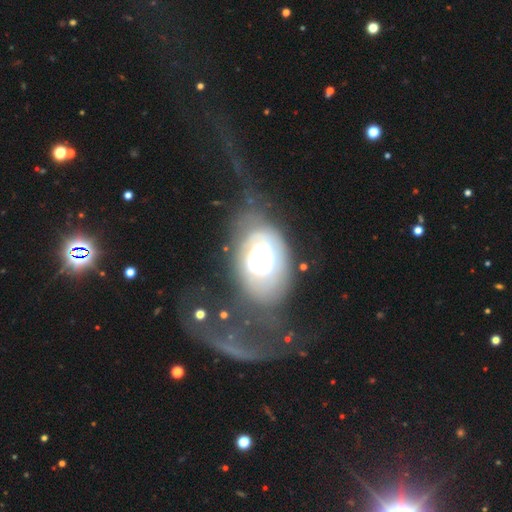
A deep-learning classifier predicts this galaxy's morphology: Q: Smooth or featured?
A: featured or disk (70%); runner-up: smooth (20%)
Q: Edge-on disk?
A: no (97%); runner-up: yes (3%)
Q: Bar?
A: no (75%); runner-up: weak (17%)
Q: Spiral arms?
A: yes (71%); runner-up: no (29%)
Q: Bulge size?
A: large (48%); runner-up: dominant (29%)
Q: Merging?
A: none (38%); runner-up: major disturbance (35%)